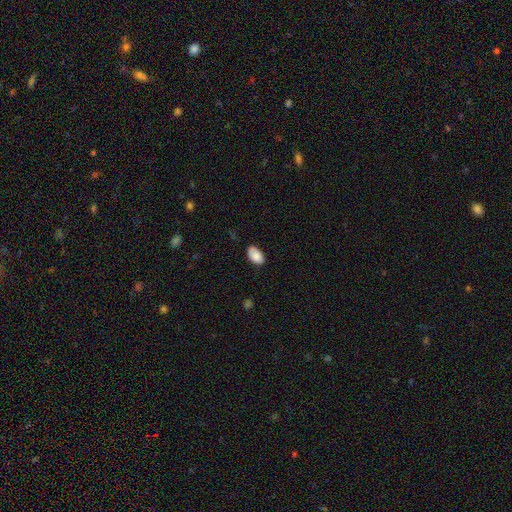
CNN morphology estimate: A smooth galaxy with no disk features (85%) that is in between round and cigar-shaped (93%).

Vote fractions:
- Smooth or featured? smooth: 85% / featured or disk: 8% / star or artifact: 7%
- How rounded? in between: 93% / round: 5% / cigar-shaped: 1%
- Merging? none: 74% / minor disturbance: 21% / major disturbance: 4% / merger: 1%